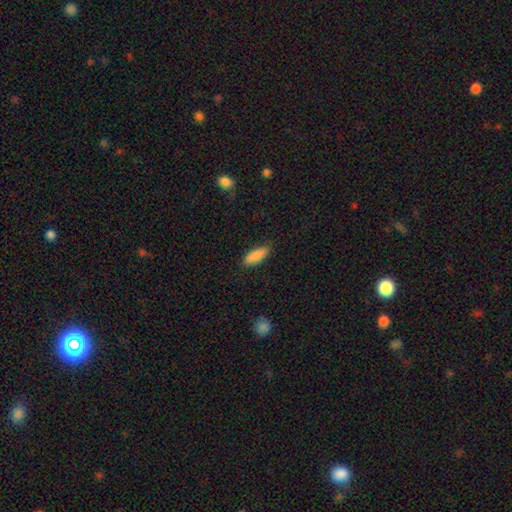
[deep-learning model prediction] A smooth galaxy with no disk features (87%) that is in between round and cigar-shaped (66%).

Vote fractions:
- Smooth or featured? smooth: 87% / star or artifact: 7% / featured or disk: 6%
- How rounded? in between: 66% / cigar-shaped: 33% / round: 2%
- Merging? none: 77% / minor disturbance: 19% / major disturbance: 3% / merger: 1%